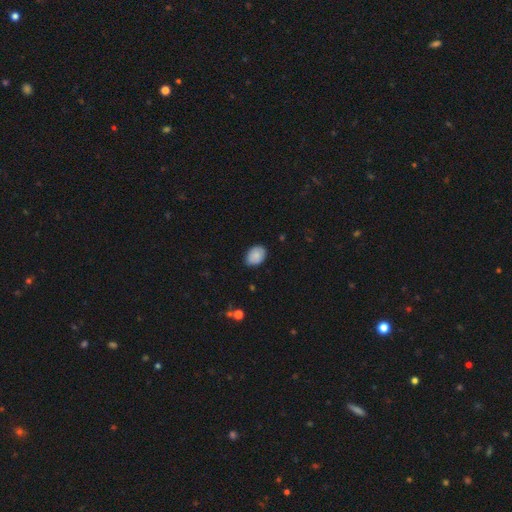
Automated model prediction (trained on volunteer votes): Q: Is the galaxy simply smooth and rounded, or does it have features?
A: smooth — 85%.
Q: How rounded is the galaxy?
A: in between — 75%.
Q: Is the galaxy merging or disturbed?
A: none — 83%.